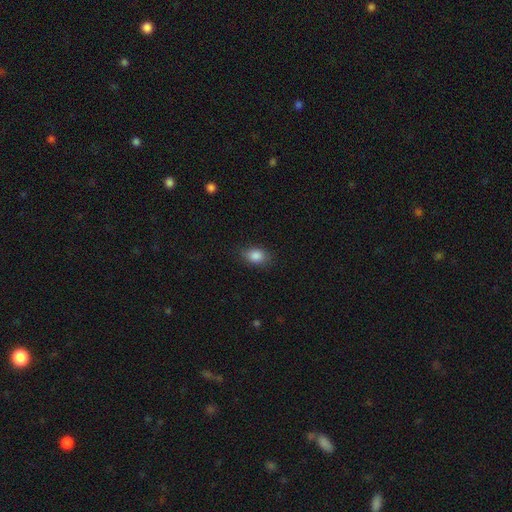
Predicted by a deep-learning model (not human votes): Overall: smooth (86%). How rounded: in between (79%). Merging: none (83%).